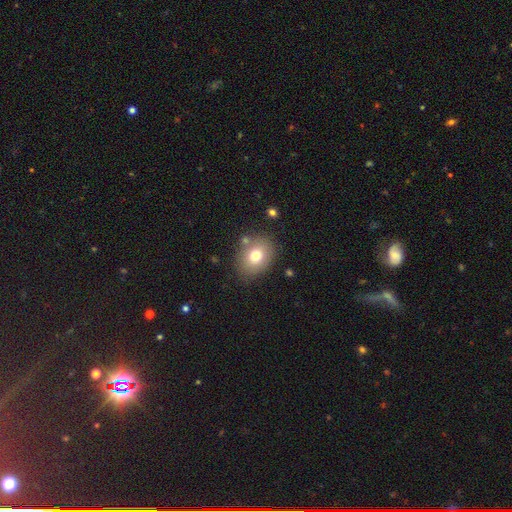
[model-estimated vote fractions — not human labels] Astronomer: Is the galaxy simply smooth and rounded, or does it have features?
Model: smooth — 75%.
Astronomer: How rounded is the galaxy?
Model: in between — 58% (runner-up: round, 41%).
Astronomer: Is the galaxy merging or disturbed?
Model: none — 78%.